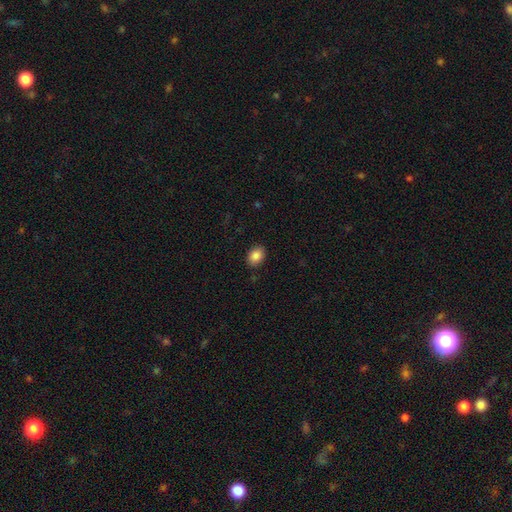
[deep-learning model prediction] smooth-or-featured: smooth: 87% | star or artifact: 8% | featured or disk: 5%
  how-rounded: in between: 72% | round: 27% | cigar-shaped: 1%
  merging: none: 88% | minor disturbance: 9% | major disturbance: 2% | merger: 1%